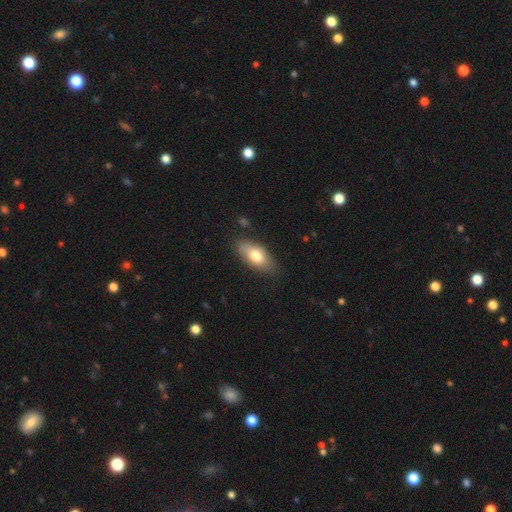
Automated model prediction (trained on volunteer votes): This appears to be a smooth galaxy with no disk features (72%) that is in between round and cigar-shaped (87%). Merging: none (78%).